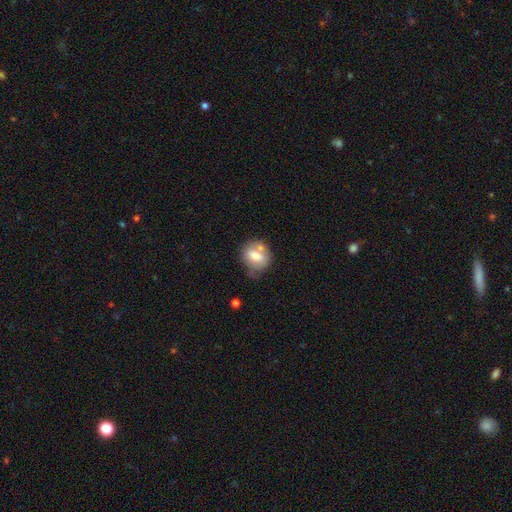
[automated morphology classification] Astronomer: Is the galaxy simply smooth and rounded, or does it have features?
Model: smooth — 64%.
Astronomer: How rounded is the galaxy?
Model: round — 65%.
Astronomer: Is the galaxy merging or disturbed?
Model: none — 51%.